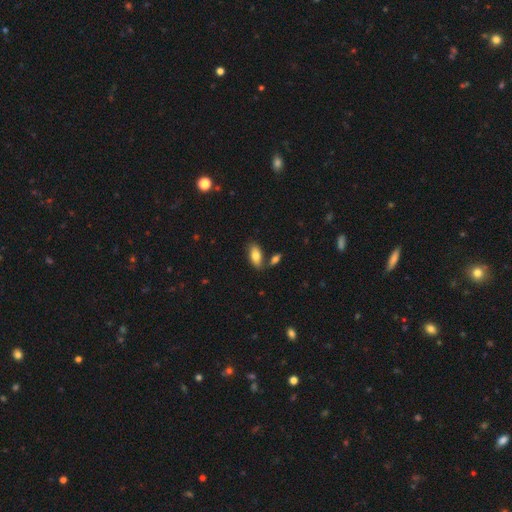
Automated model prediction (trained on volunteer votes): Q: Smooth or featured?
A: smooth (78%); runner-up: featured or disk (15%)
Q: How rounded?
A: in between (87%); runner-up: cigar-shaped (10%)
Q: Merging?
A: none (72%); runner-up: merger (13%)